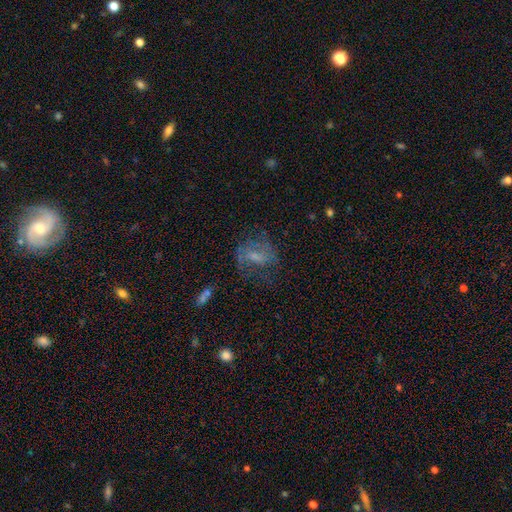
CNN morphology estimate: A featured or disk galaxy (50%).

Vote fractions:
- Smooth or featured? featured or disk: 50% / smooth: 35% / star or artifact: 15%
- Merging? none: 52% / major disturbance: 25% / minor disturbance: 20% / merger: 3%